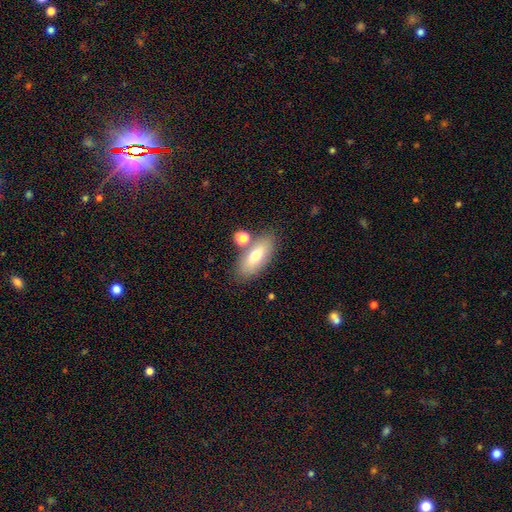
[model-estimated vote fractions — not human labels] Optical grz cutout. It shows a smooth galaxy with no disk features (69%) that is in between round and cigar-shaped (80%). Merging: none (72%).